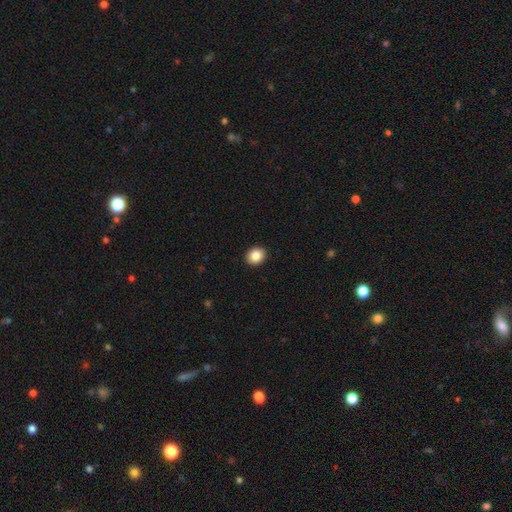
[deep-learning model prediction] A smooth galaxy with no disk features (86%) that is round (62%). Merging: none (92%).